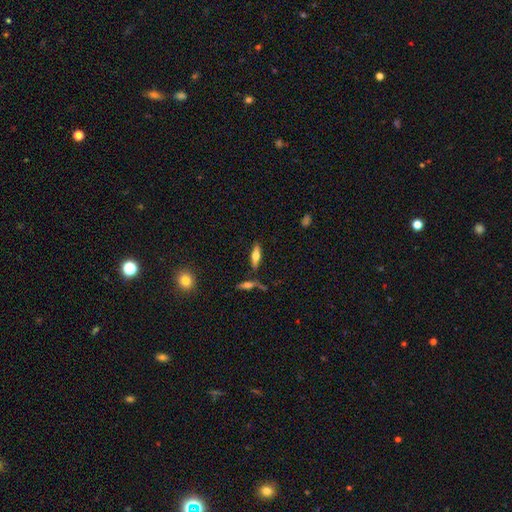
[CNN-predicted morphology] A smooth galaxy with no disk features (52%) that is in between round and cigar-shaped (52%). Merging: none (77%).